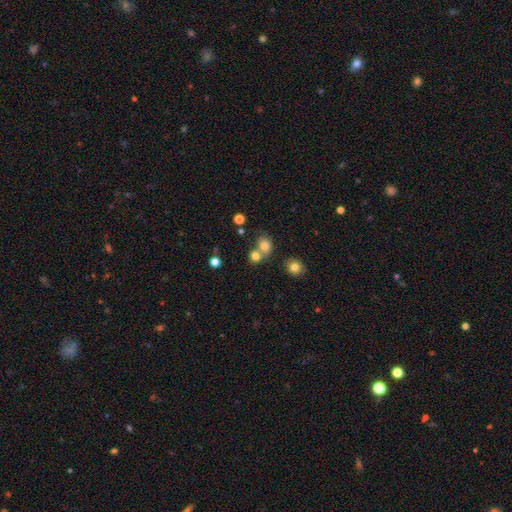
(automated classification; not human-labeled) smooth 77%, star or artifact 14%, featured or disk 9%. Down the decision tree: how rounded — round (75%); merging — none (45%).